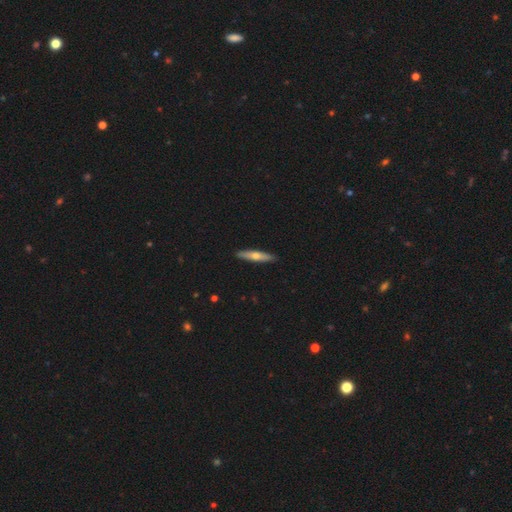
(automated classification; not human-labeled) A smooth galaxy with no disk features (50%) that is cigar-shaped (86%).

Vote fractions:
- Smooth or featured? smooth: 50% / featured or disk: 44% / star or artifact: 6%
- How rounded? cigar-shaped: 86% / in between: 12% / round: 2%
- Merging? none: 91% / minor disturbance: 7% / major disturbance: 1% / merger: 1%